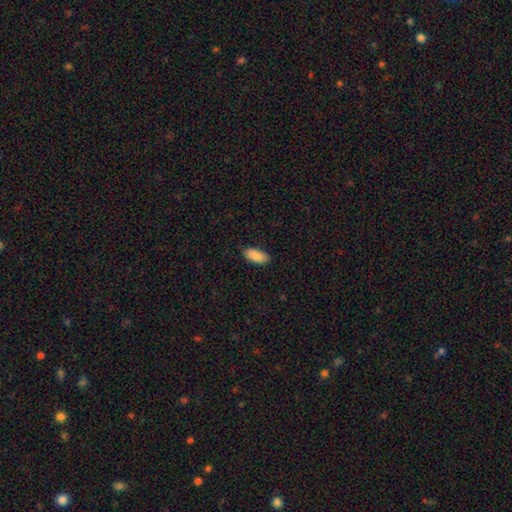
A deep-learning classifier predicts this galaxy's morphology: A smooth galaxy with no disk features (90%) that is in between round and cigar-shaped (90%).

Vote fractions:
- Smooth or featured? smooth: 90% / star or artifact: 6% / featured or disk: 4%
- How rounded? in between: 90% / cigar-shaped: 9% / round: 2%
- Merging? none: 87% / minor disturbance: 10% / major disturbance: 2% / merger: 1%